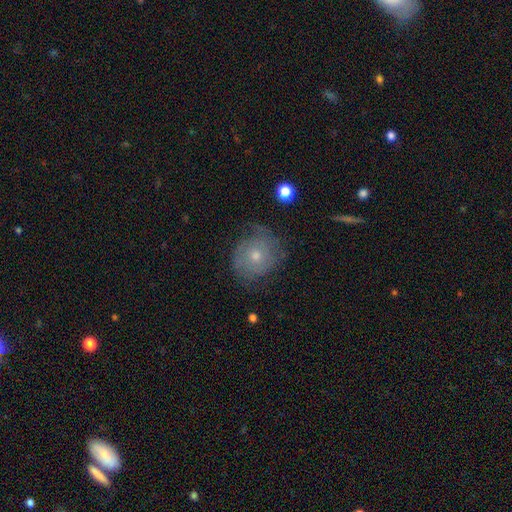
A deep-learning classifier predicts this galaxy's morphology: Q: Smooth or featured?
A: featured or disk (55%); runner-up: smooth (35%)
Q: Edge-on disk?
A: no (96%); runner-up: yes (4%)
Q: Bar?
A: no (86%); runner-up: weak (12%)
Q: Spiral arms?
A: yes (74%); runner-up: no (26%)
Q: Bulge size?
A: moderate (55%); runner-up: small (40%)
Q: Merging?
A: none (64%); runner-up: minor disturbance (24%)